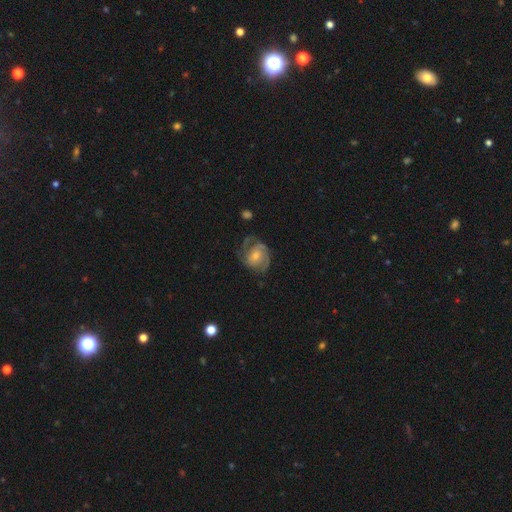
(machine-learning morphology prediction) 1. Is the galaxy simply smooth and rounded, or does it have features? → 81% featured or disk, 12% smooth, 7% star or artifact.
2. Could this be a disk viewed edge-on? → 98% no, 2% yes.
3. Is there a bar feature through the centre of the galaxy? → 64% no, 29% weak, 7% strong.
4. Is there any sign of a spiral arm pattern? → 94% yes, 6% no.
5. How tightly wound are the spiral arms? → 47% tight, 42% medium, 11% loose.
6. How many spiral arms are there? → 48% 2, 24% 3, 16% can't tell, 5% 4, 4% 1, 3% more than 4.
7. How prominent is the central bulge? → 47% small (tied), 47% moderate (tied), 3% large, 2% none, 1% dominant.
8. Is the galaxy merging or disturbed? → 66% none, 20% minor disturbance, 12% major disturbance, 2% merger.